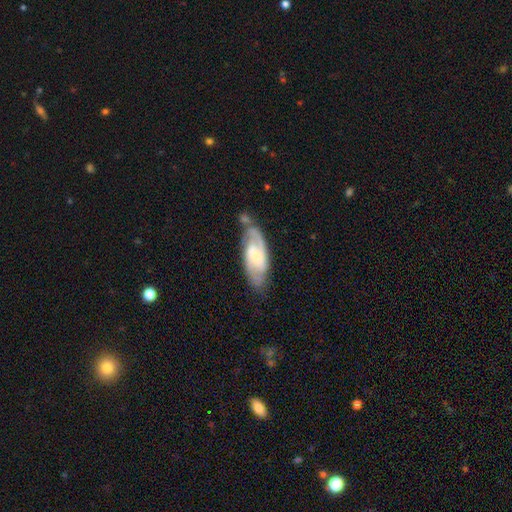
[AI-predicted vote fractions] This is likely a featured or disk galaxy (77%). It is clearly not viewed edge-on (92%). Bar: possibly weak (50%). Spiral arm pattern: clearly yes (95%). Spiral arm count: clearly 2 (83%). Spiral winding: possibly medium (51%). Central bulge: marginally small (45%). Merging: likely none (68%).